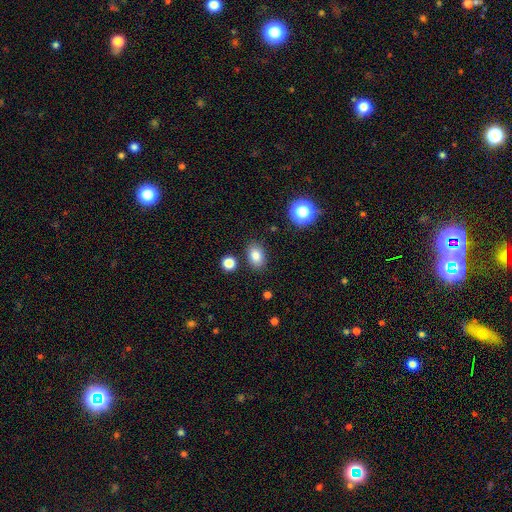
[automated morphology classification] smooth 83%, star or artifact 11%, featured or disk 6%. Down the decision tree: how rounded — in between (77%); merging — none (83%).